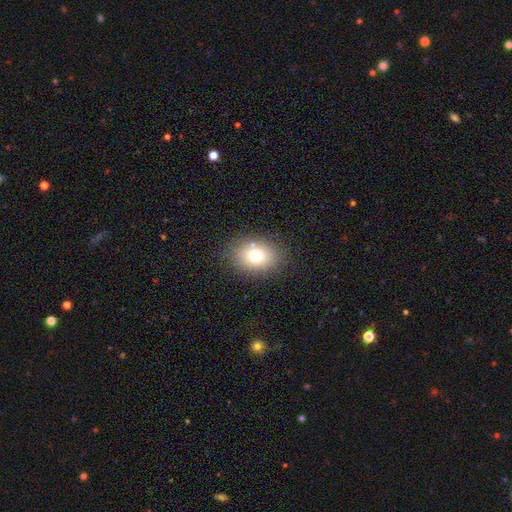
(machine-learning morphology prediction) Smooth or featured? Predicted: smooth (p=0.75). How rounded? Predicted: in between (p=0.66). Merging? Predicted: none (p=0.82).